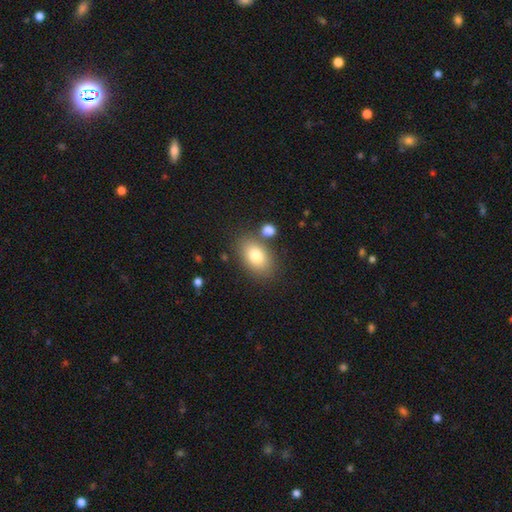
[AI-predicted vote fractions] A smooth galaxy with no disk features (79%) that is in between round and cigar-shaped (87%).

Vote fractions:
- Smooth or featured? smooth: 79% / featured or disk: 12% / star or artifact: 8%
- How rounded? in between: 87% / round: 12% / cigar-shaped: 1%
- Merging? none: 74% / minor disturbance: 12% / merger: 10% / major disturbance: 4%